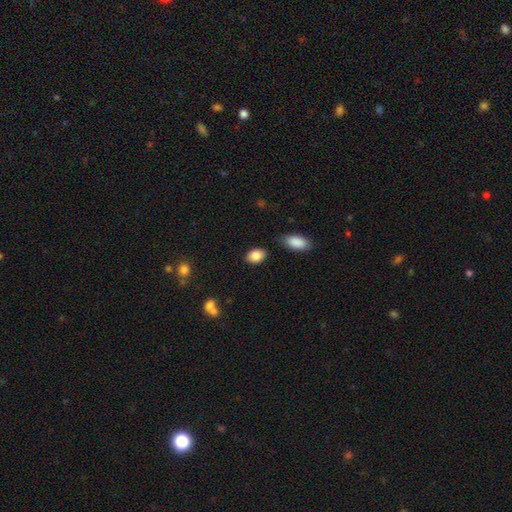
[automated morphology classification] Smooth or featured? Predicted: smooth (p=0.87). How rounded? Predicted: in between (p=0.81). Merging? Predicted: none (p=0.80).